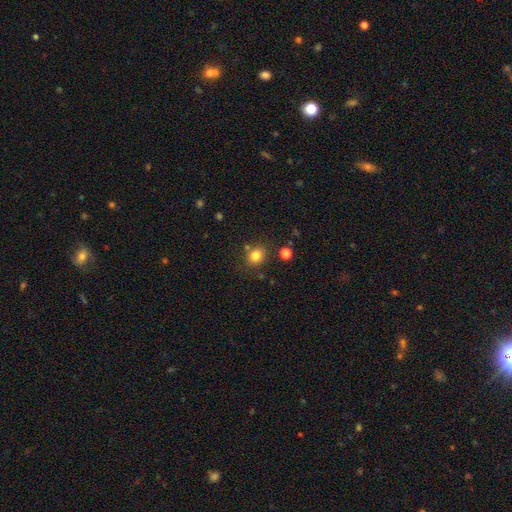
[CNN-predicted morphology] Smooth or featured: smooth — 80% (star or artifact — 13%)
How rounded: round — 73% (in between — 27%)
Merging: none — 79% (minor disturbance — 11%)